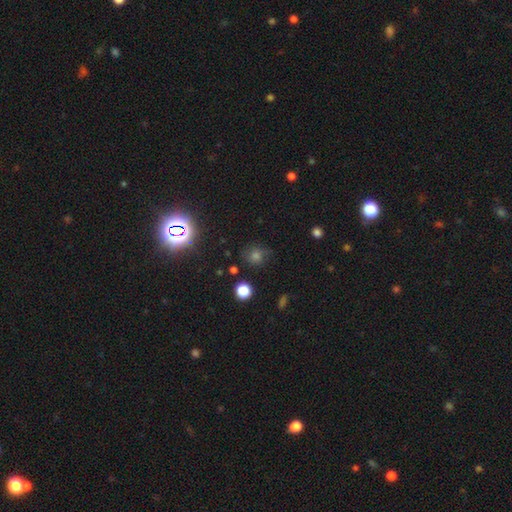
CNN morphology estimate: The model was most divided on "smooth or featured": smooth: 54%, star or artifact: 36%, featured or disk: 10%. More confident: how rounded — round (82%); merging — none (76%).